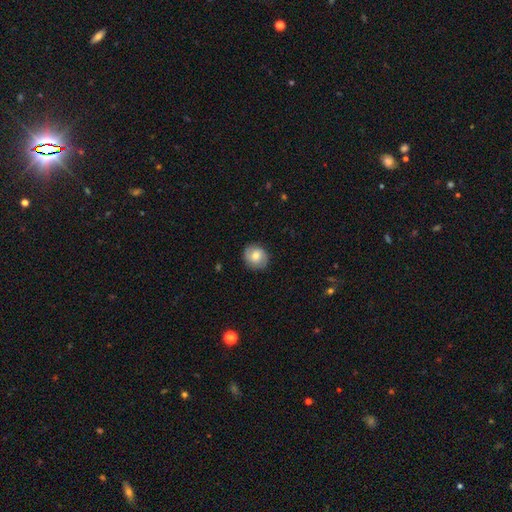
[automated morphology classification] Q: Smooth or featured?
A: smooth (58%); runner-up: featured or disk (34%)
Q: How rounded?
A: round (77%); runner-up: in between (22%)
Q: Merging?
A: none (85%); runner-up: minor disturbance (11%)